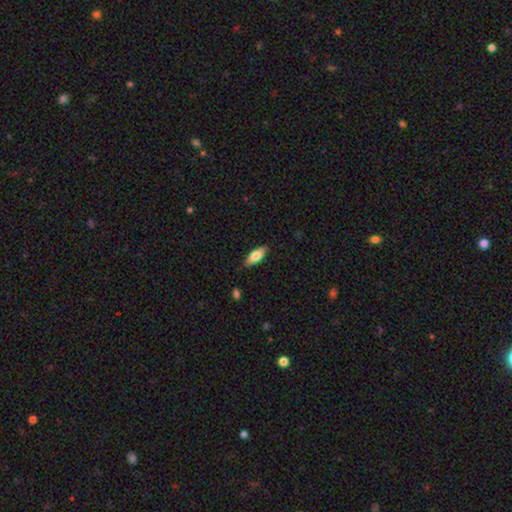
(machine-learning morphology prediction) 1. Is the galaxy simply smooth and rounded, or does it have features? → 74% smooth, 19% featured or disk, 6% star or artifact.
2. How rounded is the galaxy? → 75% in between, 22% cigar-shaped, 2% round.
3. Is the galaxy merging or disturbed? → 83% none, 14% minor disturbance, 2% major disturbance, 1% merger.